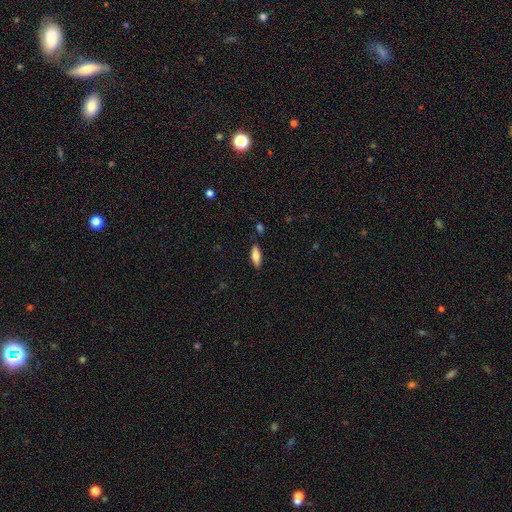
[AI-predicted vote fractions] Morphology: type=smooth (78%); roundness=in between (66%); merging=none (84%).